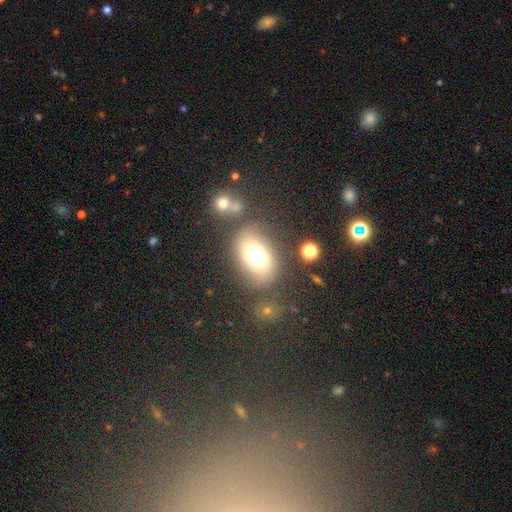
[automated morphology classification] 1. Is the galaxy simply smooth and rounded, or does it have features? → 72% smooth, 15% featured or disk, 13% star or artifact.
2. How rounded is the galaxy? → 69% in between, 30% round, 1% cigar-shaped.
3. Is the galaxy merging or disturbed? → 71% none, 14% minor disturbance, 8% merger, 7% major disturbance.